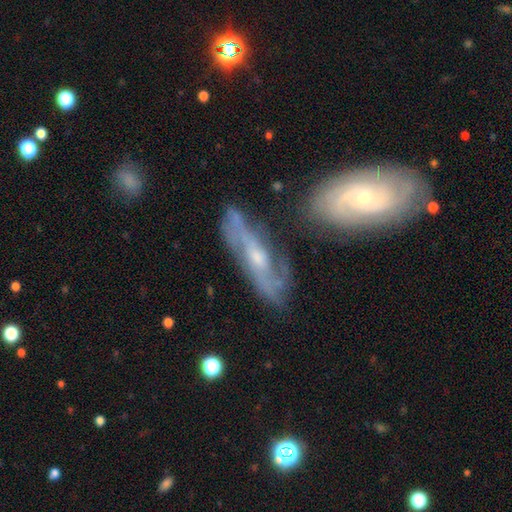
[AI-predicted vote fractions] Smooth or featured? featured or disk (78%)
Edge-on disk? no (80%)
Bar? no (47%)
Spiral arms? yes (88%)
Spiral winding? medium (40%)
Spiral arm count? 2 (66%)
Bulge size? small (54%)
Merging? none (66%)